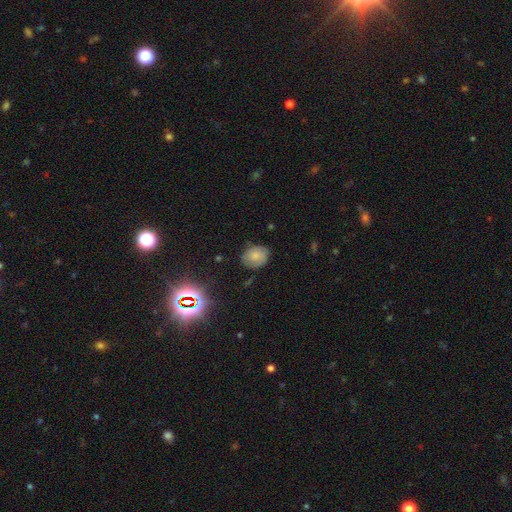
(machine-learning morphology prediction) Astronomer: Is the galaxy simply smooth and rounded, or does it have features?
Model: smooth — 73%.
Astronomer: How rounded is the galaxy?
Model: round — 52% (runner-up: in between, 47%).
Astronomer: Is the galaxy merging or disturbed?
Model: none — 75%.